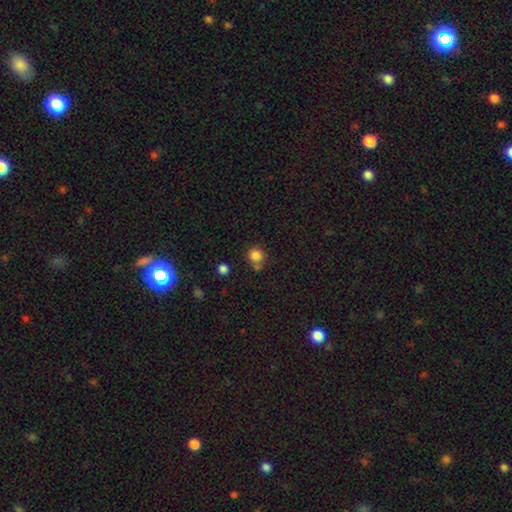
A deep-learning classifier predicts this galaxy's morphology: smooth-or-featured: smooth: 83% | star or artifact: 12% | featured or disk: 5%
  how-rounded: round: 90% | in between: 9% | cigar-shaped: 1%
  merging: none: 67% | merger: 17% | minor disturbance: 12% | major disturbance: 4%